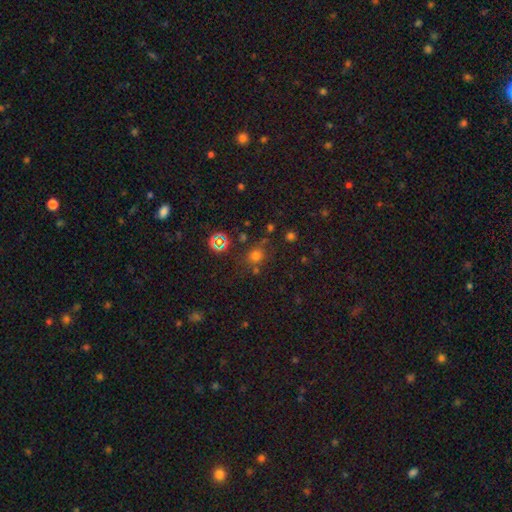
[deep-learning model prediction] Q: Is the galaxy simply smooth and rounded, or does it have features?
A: smooth — 64%.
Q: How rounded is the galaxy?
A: round — 80%.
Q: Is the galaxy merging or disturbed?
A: none — 69%.